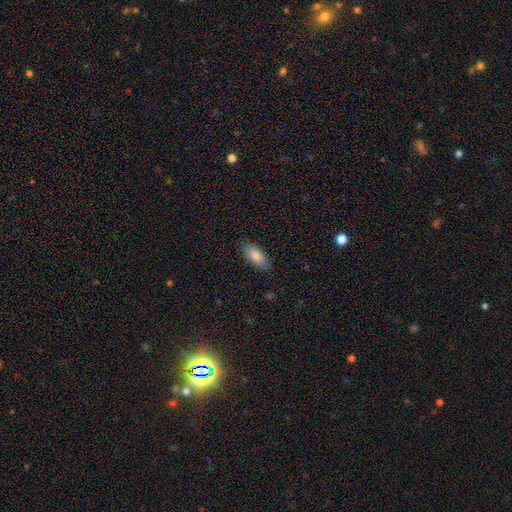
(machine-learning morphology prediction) type=smooth (85%); roundness=in between (85%); merging=none (85%).